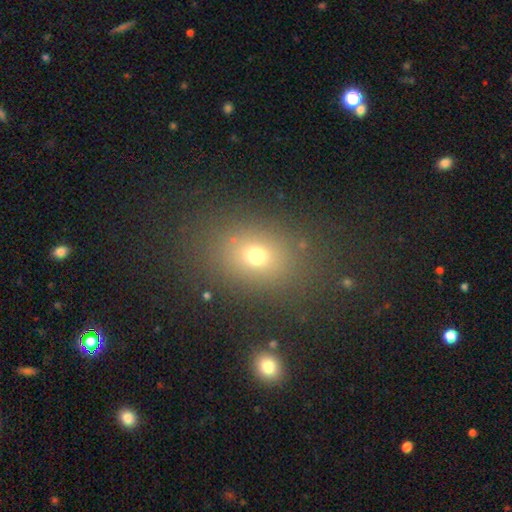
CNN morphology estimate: Smooth or featured?
  - smooth: 69% *
  - star or artifact: 20%
  - featured or disk: 11%
How rounded?
  - in between: 58% *
  - round: 41%
  - cigar-shaped: 1%
Merging?
  - none: 82% *
  - minor disturbance: 10%
  - major disturbance: 5%
  - merger: 3%